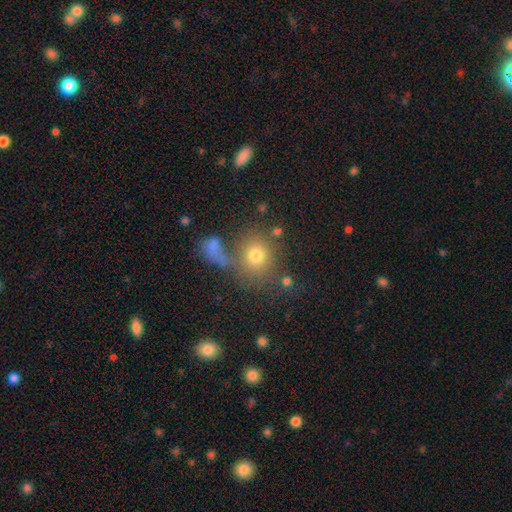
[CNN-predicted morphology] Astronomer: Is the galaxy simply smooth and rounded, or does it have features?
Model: smooth — 71%.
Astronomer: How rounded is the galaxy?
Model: round — 79%.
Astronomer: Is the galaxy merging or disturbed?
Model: none — 59%.